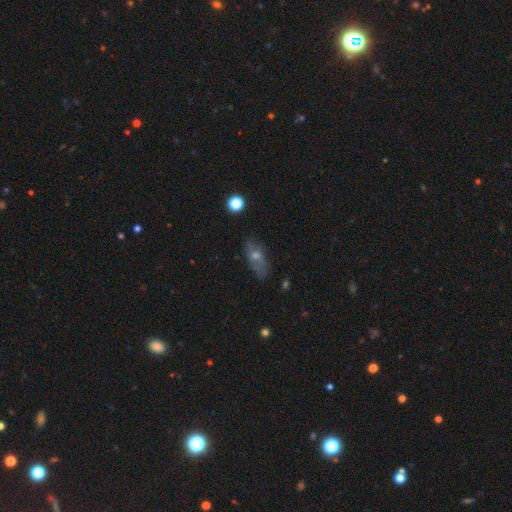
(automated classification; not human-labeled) Overall: smooth (46%; featured or disk 40%). Merging: none (70%).